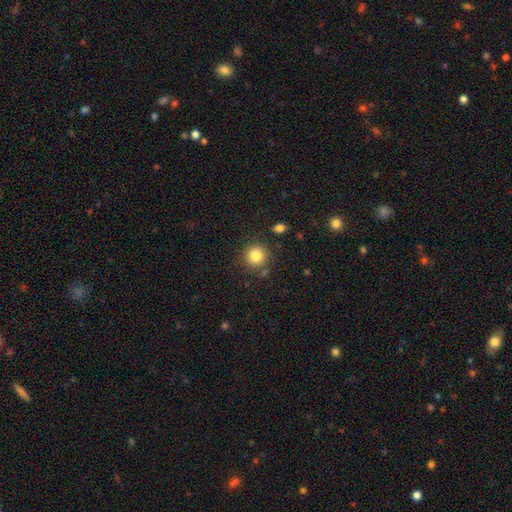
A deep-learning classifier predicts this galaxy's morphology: smooth 84%, star or artifact 11%, featured or disk 6%. Down the decision tree: how rounded — round (93%); merging — none (84%).